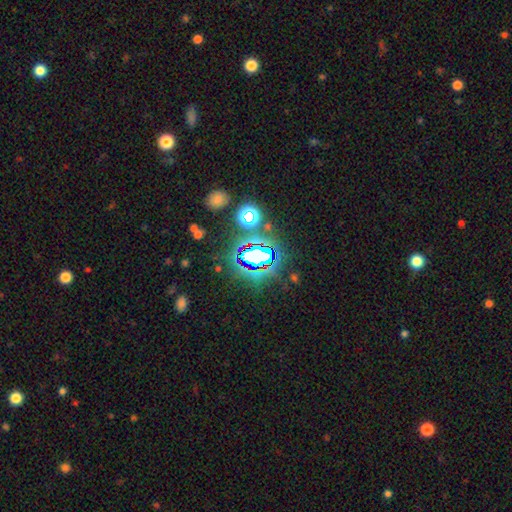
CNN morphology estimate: This is likely a star or artifact rather than a galaxy (71%).